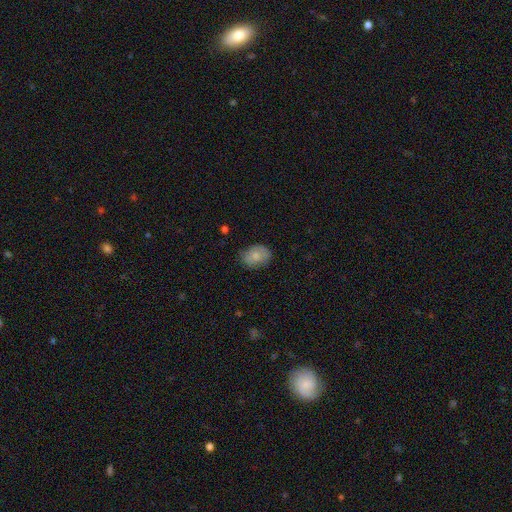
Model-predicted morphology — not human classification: smooth_or_featured: smooth (p=0.76) [alt: featured or disk p=0.17]
how_rounded: in between (p=0.68) [alt: round p=0.31]
merging: none (p=0.74) [alt: minor disturbance p=0.21]